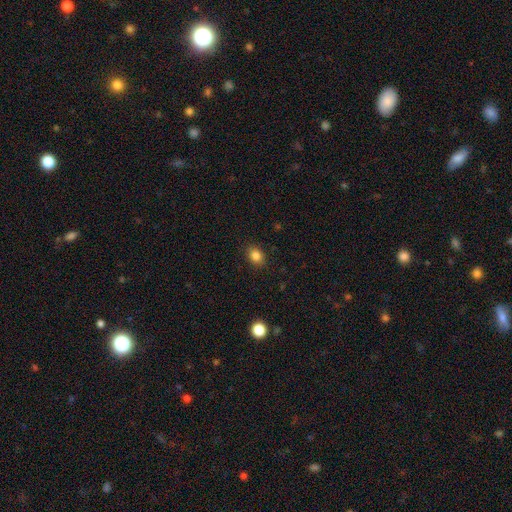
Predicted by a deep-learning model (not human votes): Smooth or featured: smooth — 84% (star or artifact — 11%)
How rounded: in between — 59% (round — 40%)
Merging: none — 88% (minor disturbance — 8%)